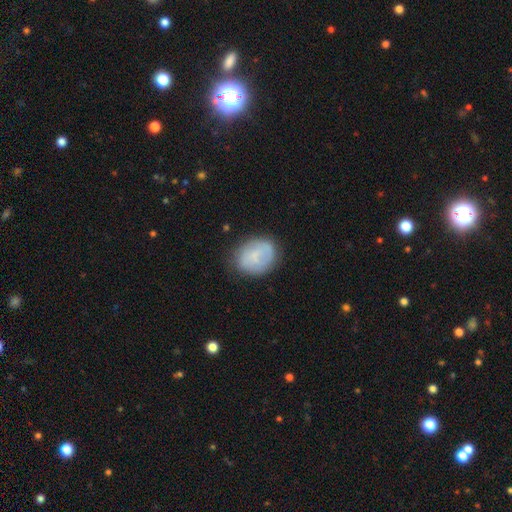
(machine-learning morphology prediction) Smooth or featured: smooth — 65% (featured or disk — 27%)
How rounded: round — 52% (in between — 47%)
Merging: none — 74% (minor disturbance — 19%)